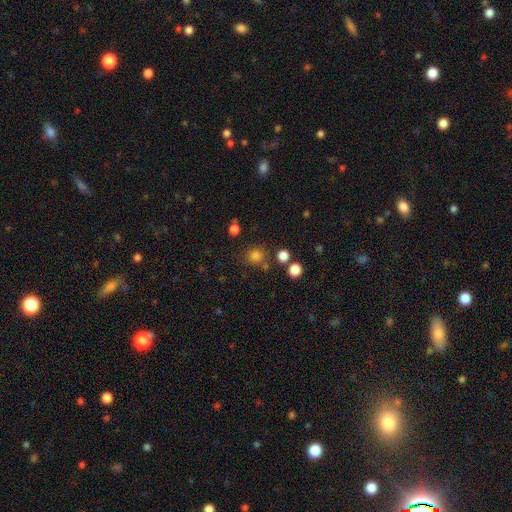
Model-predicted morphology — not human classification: The model was most divided on "smooth or featured": smooth: 78%, star or artifact: 17%, featured or disk: 5%. More confident: how rounded — round (86%); merging — none (77%).